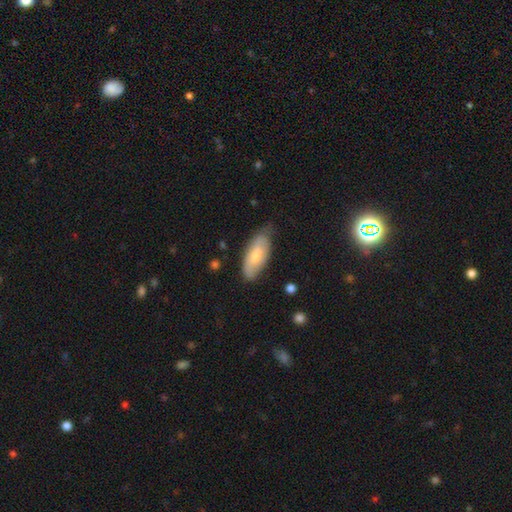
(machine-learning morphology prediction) The model was most divided on "smooth or featured": smooth: 65%, featured or disk: 30%, star or artifact: 6%. More confident: how rounded — in between (83%); merging — none (65%).